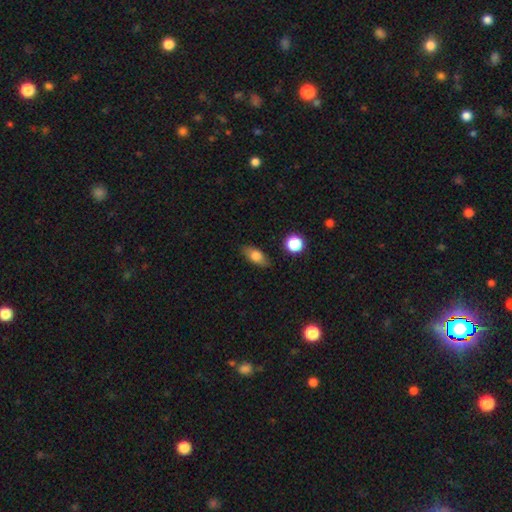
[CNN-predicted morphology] Q: Smooth or featured?
A: smooth (74%); runner-up: featured or disk (18%)
Q: How rounded?
A: in between (79%); runner-up: cigar-shaped (12%)
Q: Merging?
A: none (84%); runner-up: minor disturbance (12%)